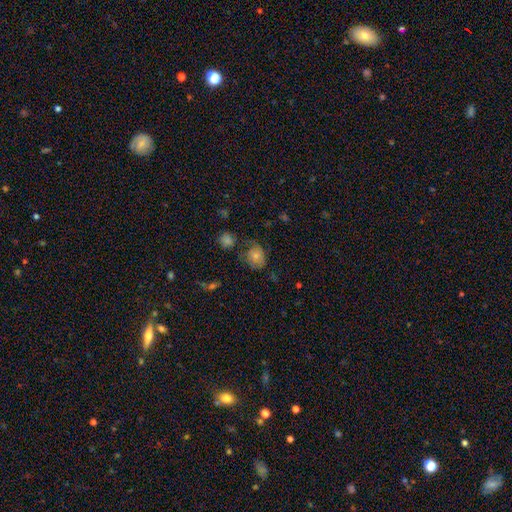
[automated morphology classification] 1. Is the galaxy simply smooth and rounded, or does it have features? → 46% smooth, 35% featured or disk, 19% star or artifact.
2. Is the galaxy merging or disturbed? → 56% none, 22% minor disturbance, 13% major disturbance, 9% merger.